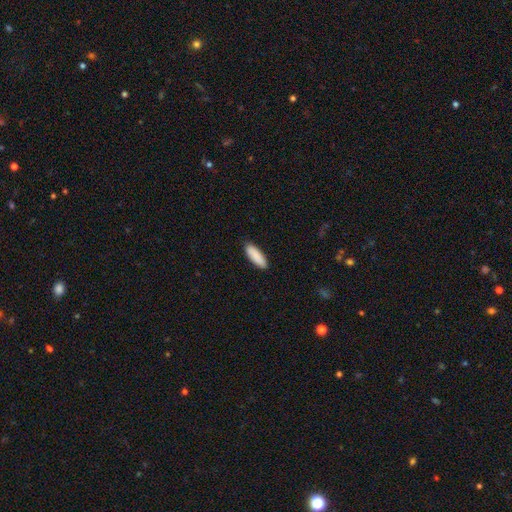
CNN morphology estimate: type=smooth (90%); roundness=in between (59%); merging=none (89%).